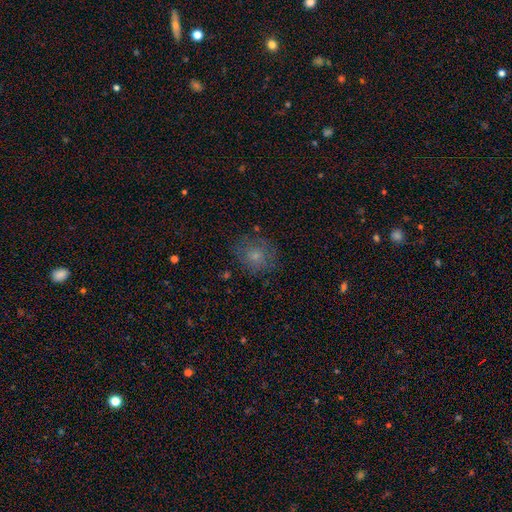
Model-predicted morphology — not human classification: Q: Smooth or featured?
A: smooth (64%); runner-up: featured or disk (23%)
Q: How rounded?
A: round (77%); runner-up: in between (22%)
Q: Merging?
A: none (73%); runner-up: minor disturbance (17%)